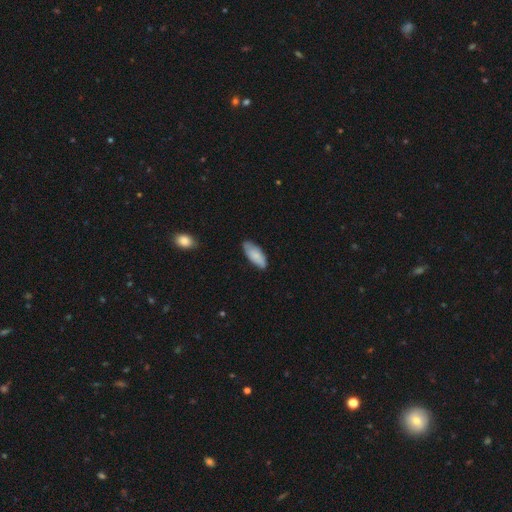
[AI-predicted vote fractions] smooth_or_featured: smooth (p=0.71) [alt: featured or disk p=0.23]
how_rounded: in between (p=0.82) [alt: cigar-shaped p=0.16]
merging: none (p=0.74) [alt: minor disturbance p=0.21]